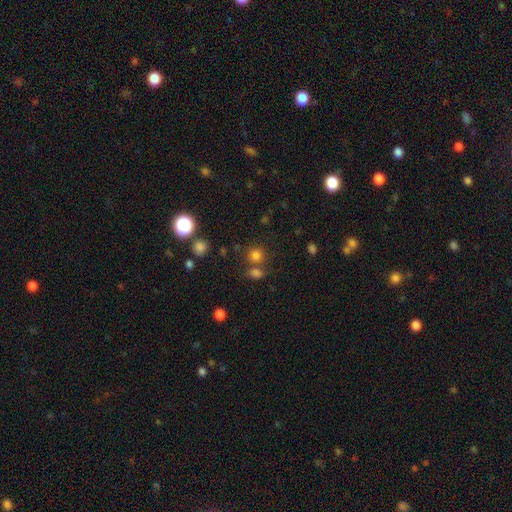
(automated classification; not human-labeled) Smooth or featured? Predicted: smooth (p=0.77). How rounded? Predicted: round (p=0.86). Merging? Predicted: none (p=0.67).